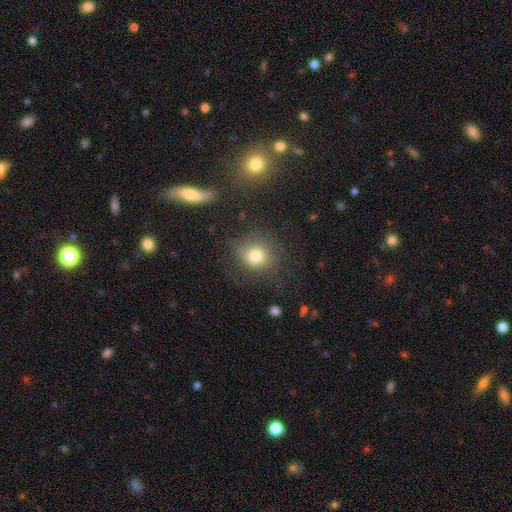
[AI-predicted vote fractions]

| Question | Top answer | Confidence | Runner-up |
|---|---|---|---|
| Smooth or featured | smooth | 71% | featured or disk (15%) |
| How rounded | round | 79% | in between (20%) |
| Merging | none | 65% | minor disturbance (18%) |